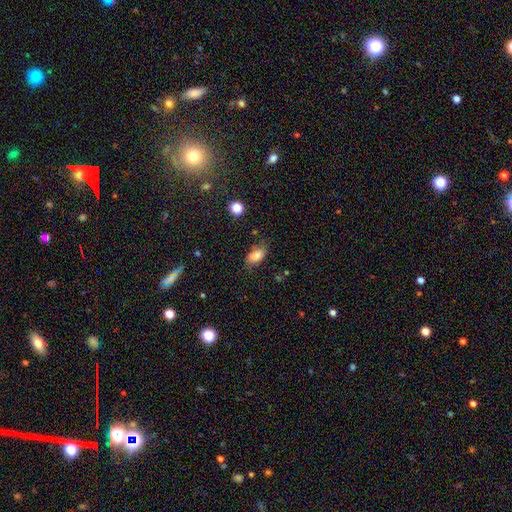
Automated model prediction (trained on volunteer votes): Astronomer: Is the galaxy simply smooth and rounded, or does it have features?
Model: smooth — 80%.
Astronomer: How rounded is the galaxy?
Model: in between — 86%.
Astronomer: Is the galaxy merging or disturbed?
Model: none — 59%.